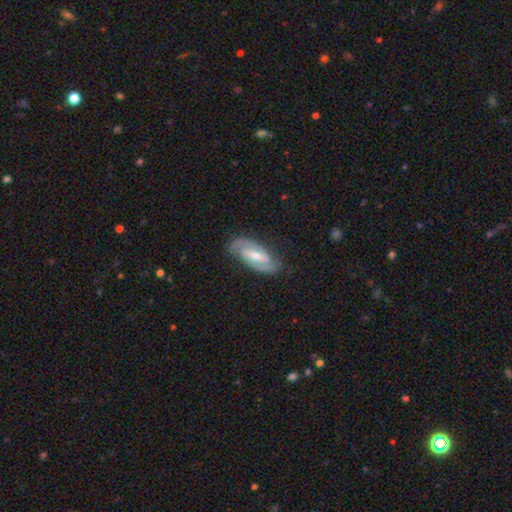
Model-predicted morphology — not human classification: type=featured or disk (83%); edge-on=no (94%); bar=strong (47%); spiral arms=yes (93%); winding=medium (44%); arm count=2 (89%); bulge=moderate (51%); merging=none (81%).